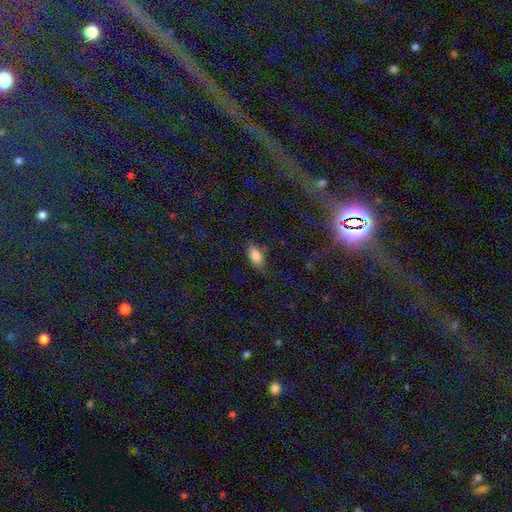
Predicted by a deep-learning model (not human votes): Smooth or featured? smooth (84%)
How rounded? in between (86%)
Merging? none (77%)